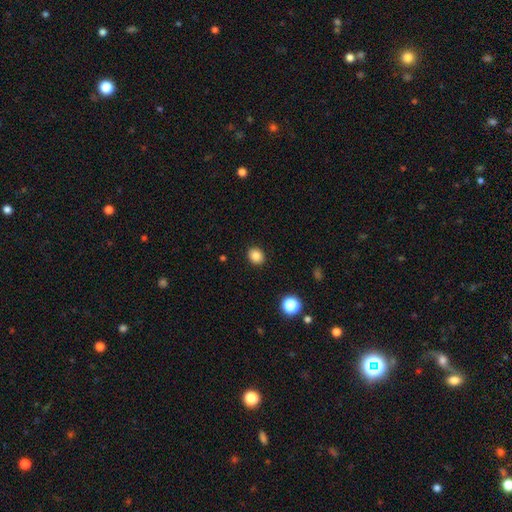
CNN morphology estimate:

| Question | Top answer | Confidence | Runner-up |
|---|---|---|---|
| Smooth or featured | smooth | 85% | star or artifact (11%) |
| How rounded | round | 73% | in between (26%) |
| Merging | none | 91% | minor disturbance (6%) |